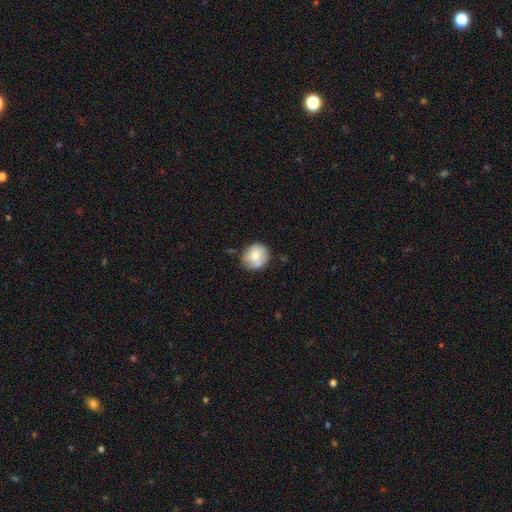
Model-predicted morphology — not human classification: Smooth or featured: smooth — 69% (featured or disk — 23%)
How rounded: round — 80% (in between — 19%)
Merging: none — 65% (minor disturbance — 22%)